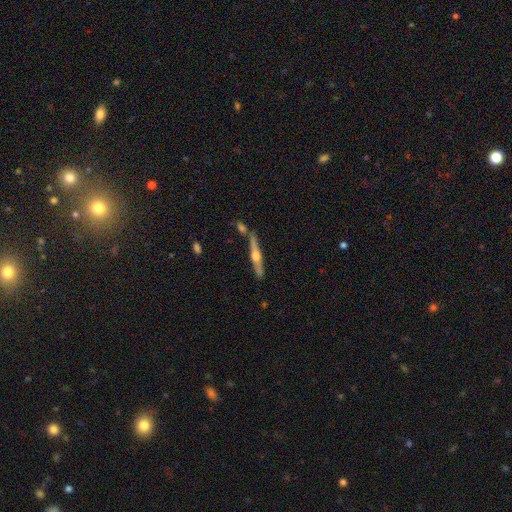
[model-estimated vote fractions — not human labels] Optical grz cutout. It shows a featured or disk galaxy (77%) viewed edge-on (97%) with a rounded central bulge (93%). Merging: none (77%).